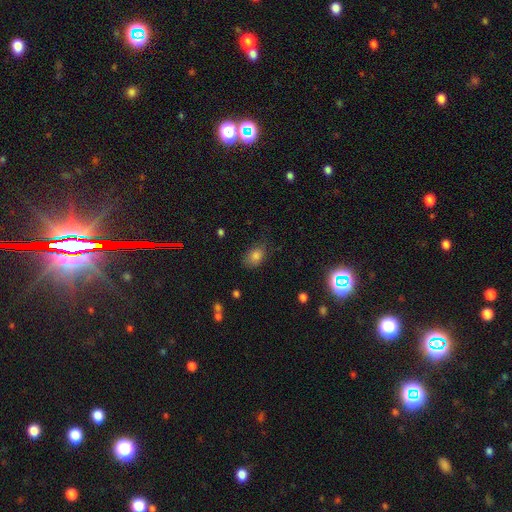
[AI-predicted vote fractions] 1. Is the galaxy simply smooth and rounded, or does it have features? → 81% smooth, 11% star or artifact, 7% featured or disk.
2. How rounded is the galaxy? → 78% in between, 20% round, 1% cigar-shaped.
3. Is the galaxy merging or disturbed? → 66% none, 26% minor disturbance, 7% major disturbance, 2% merger.